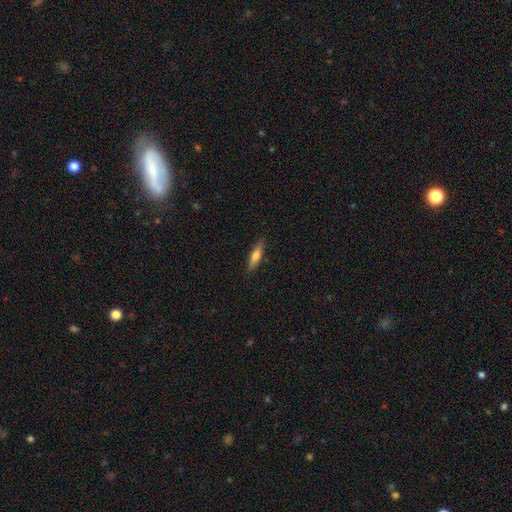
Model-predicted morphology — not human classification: smooth-or-featured: smooth: 63% | featured or disk: 31% | star or artifact: 6%
  how-rounded: cigar-shaped: 70% | in between: 28% | round: 2%
  merging: none: 86% | minor disturbance: 11% | major disturbance: 2% | merger: 1%